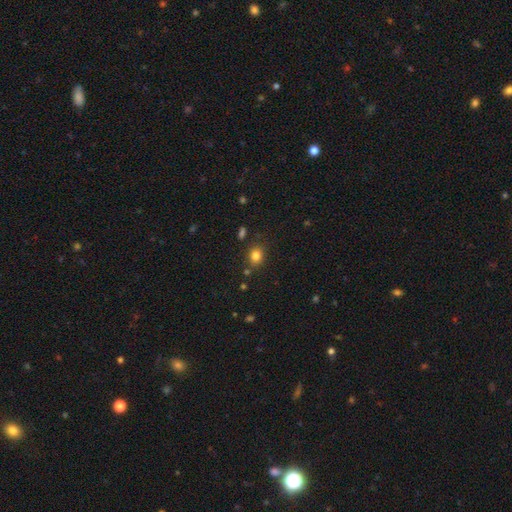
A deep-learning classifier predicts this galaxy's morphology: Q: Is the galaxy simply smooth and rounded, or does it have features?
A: smooth — 81%.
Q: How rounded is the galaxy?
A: round — 61%.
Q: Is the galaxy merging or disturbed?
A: none — 78%.